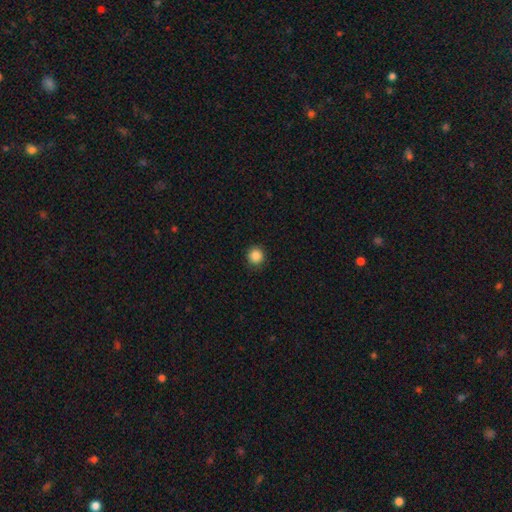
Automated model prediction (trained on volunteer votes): Morphology: type=smooth (87%); roundness=round (94%); merging=none (91%).